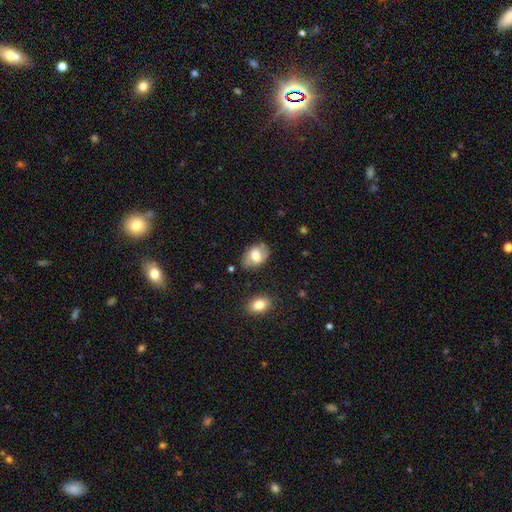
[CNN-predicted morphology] A smooth galaxy with no disk features (69%) that is in between round and cigar-shaped (82%).

Vote fractions:
- Smooth or featured? smooth: 69% / featured or disk: 24% / star or artifact: 7%
- How rounded? in between: 82% / round: 17% / cigar-shaped: 1%
- Merging? none: 77% / minor disturbance: 17% / major disturbance: 4% / merger: 3%